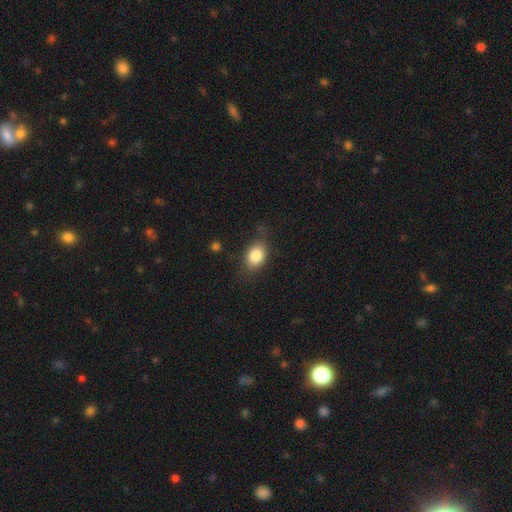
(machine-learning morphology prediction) smooth-or-featured: smooth: 83% | featured or disk: 9% | star or artifact: 8%
  how-rounded: in between: 69% | round: 30% | cigar-shaped: 1%
  merging: none: 72% | minor disturbance: 19% | major disturbance: 6% | merger: 2%